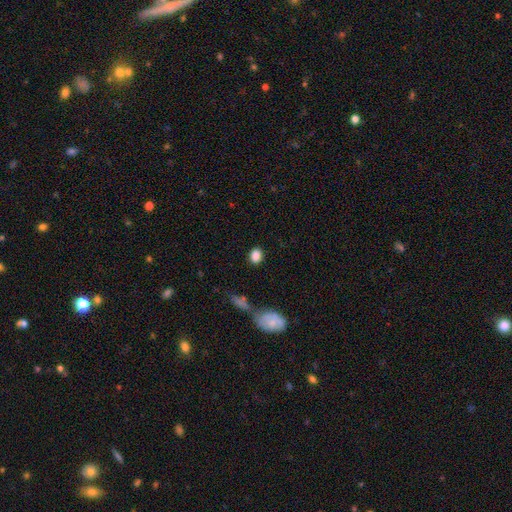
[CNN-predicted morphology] Smooth or featured: smooth — 86% (star or artifact — 8%)
How rounded: in between — 68% (round — 30%)
Merging: none — 82% (minor disturbance — 11%)